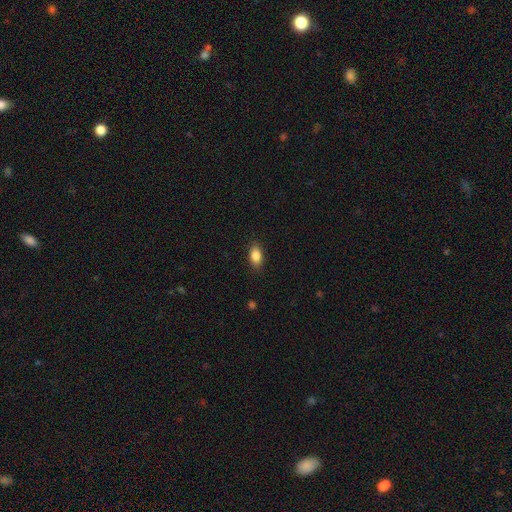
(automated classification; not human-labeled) smooth_or_featured: smooth (p=0.85) [alt: featured or disk p=0.08]
how_rounded: in between (p=0.88) [alt: round p=0.06]
merging: none (p=0.87) [alt: minor disturbance p=0.10]